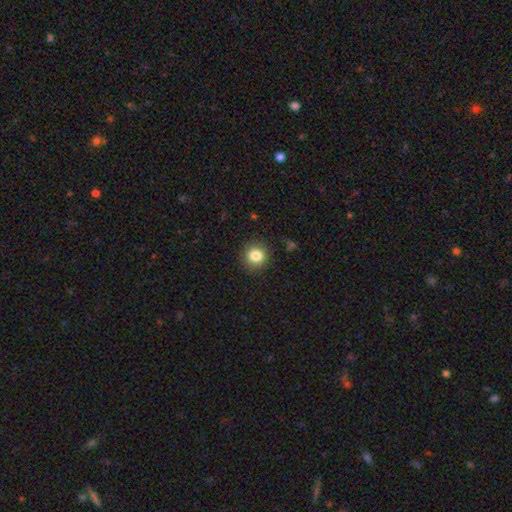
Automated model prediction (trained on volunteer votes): Smooth or featured? Predicted: smooth (p=0.83). How rounded? Predicted: round (p=0.87). Merging? Predicted: none (p=0.89).